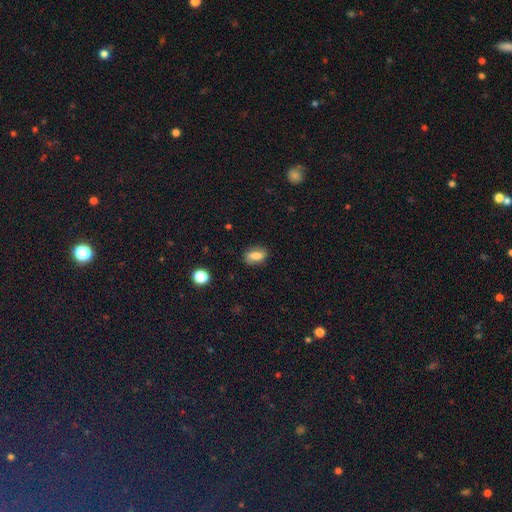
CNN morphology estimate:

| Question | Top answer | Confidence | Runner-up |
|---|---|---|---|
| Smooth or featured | smooth | 72% | featured or disk (18%) |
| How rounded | in between | 81% | round (13%) |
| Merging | none | 81% | minor disturbance (14%) |